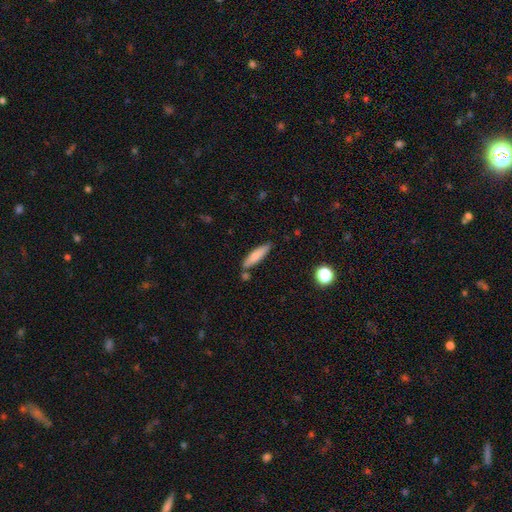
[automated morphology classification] type=smooth (78%); roundness=cigar-shaped (75%); merging=none (74%).